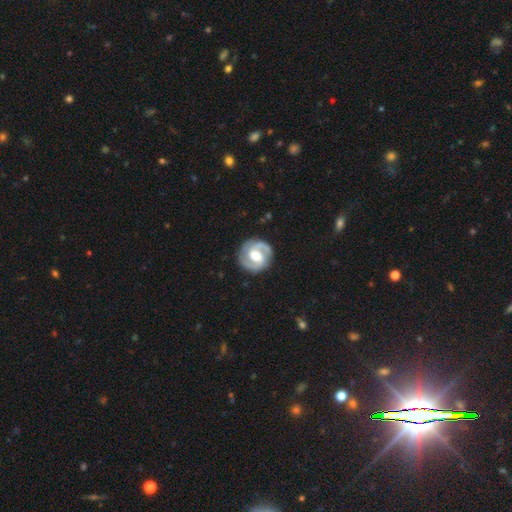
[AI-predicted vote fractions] Morphology: type=featured or disk (85%); edge-on=no (98%); bar=weak (48%); spiral arms=yes (95%); winding=tight (48%); arm count=2 (88%); bulge=moderate (69%); merging=none (85%).